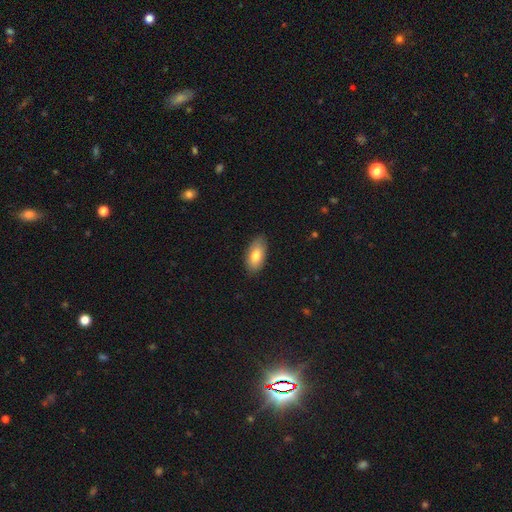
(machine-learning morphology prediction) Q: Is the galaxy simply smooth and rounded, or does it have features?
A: smooth — 79%.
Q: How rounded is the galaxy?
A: in between — 92%.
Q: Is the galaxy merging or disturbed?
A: none — 85%.